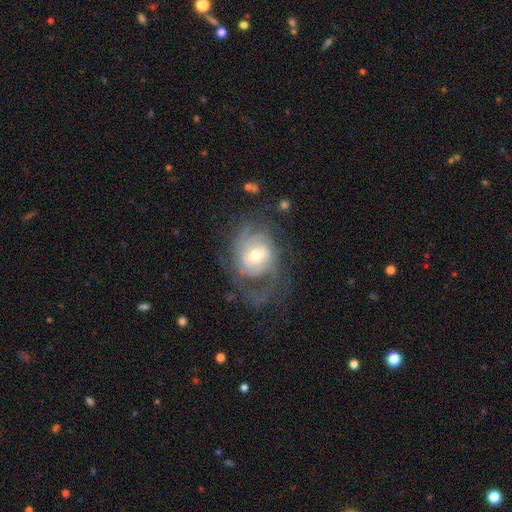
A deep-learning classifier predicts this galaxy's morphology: This appears to be a featured or disk galaxy (81%) with no bar (65%), tight (47%) spiral arms (91%) and a moderate central bulge (60%). Merging: none (54%).